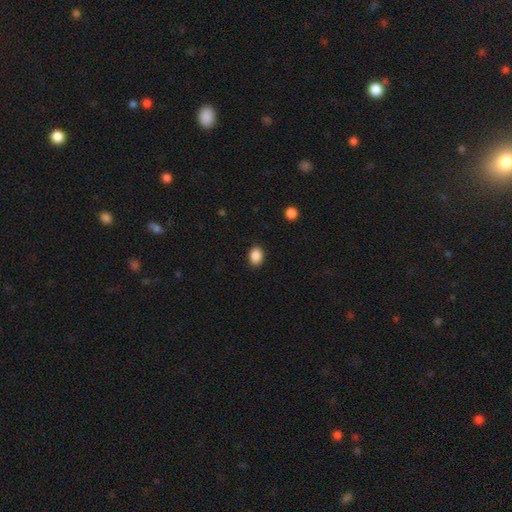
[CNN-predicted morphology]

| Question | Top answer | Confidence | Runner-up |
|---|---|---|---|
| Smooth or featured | smooth | 89% | star or artifact (8%) |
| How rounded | in between | 69% | round (30%) |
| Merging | none | 89% | minor disturbance (8%) |